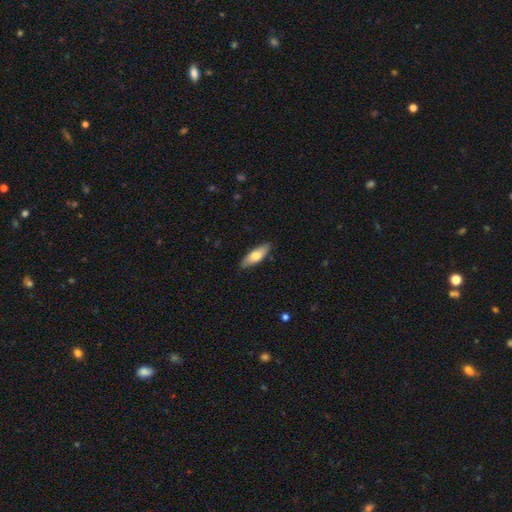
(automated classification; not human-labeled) Overall: smooth (67%; featured or disk 27%). How rounded: in between (60%; cigar-shaped 38%). Merging: none (87%).